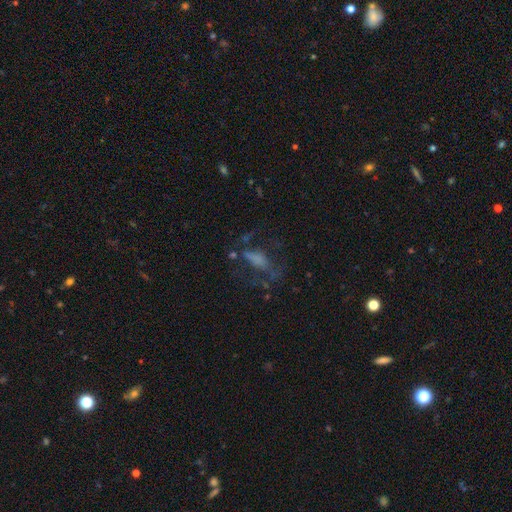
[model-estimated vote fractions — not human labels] featured or disk 48%, star or artifact 30%, smooth 22%. Down the decision tree: merging — none (56%).